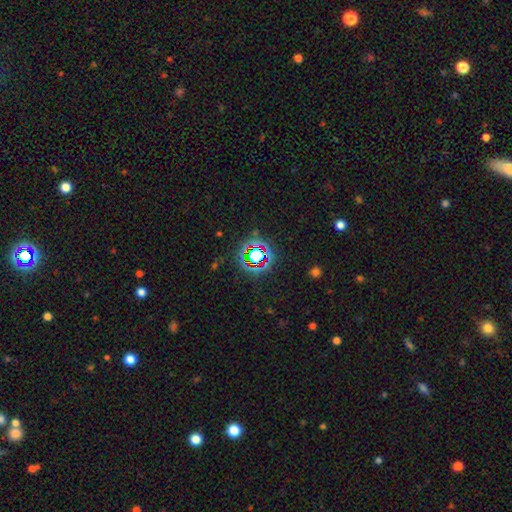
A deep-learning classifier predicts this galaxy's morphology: smooth-or-featured: star or artifact: 72% | smooth: 17% | featured or disk: 11%